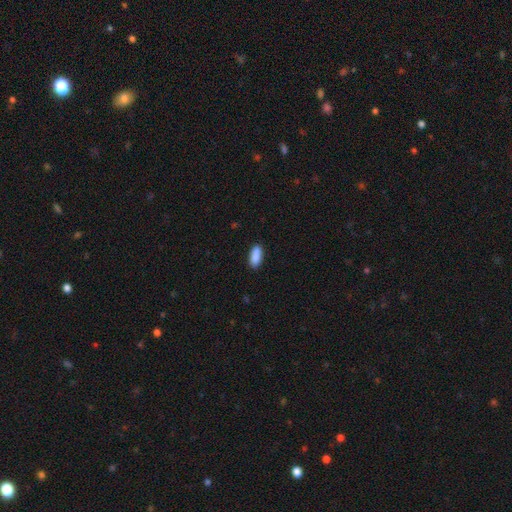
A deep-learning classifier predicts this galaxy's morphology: smooth-or-featured: smooth: 90% | star or artifact: 6% | featured or disk: 3%
  how-rounded: in between: 81% | cigar-shaped: 17% | round: 2%
  merging: none: 89% | minor disturbance: 9% | major disturbance: 2% | merger: 1%